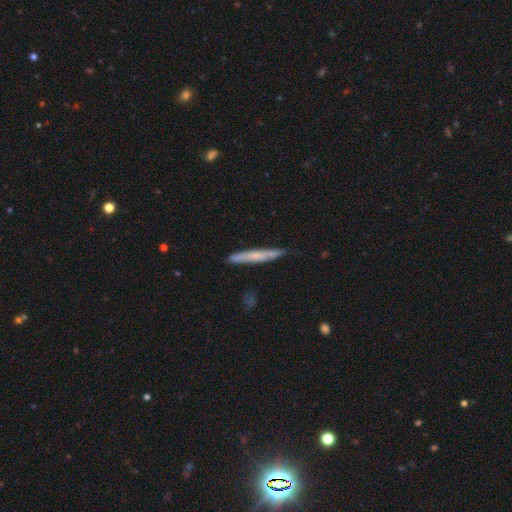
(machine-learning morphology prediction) smooth-or-featured: smooth: 55% | featured or disk: 38% | star or artifact: 6%
  how-rounded: cigar-shaped: 96% | in between: 3% | round: 1%
  merging: none: 83% | minor disturbance: 14% | major disturbance: 2% | merger: 2%